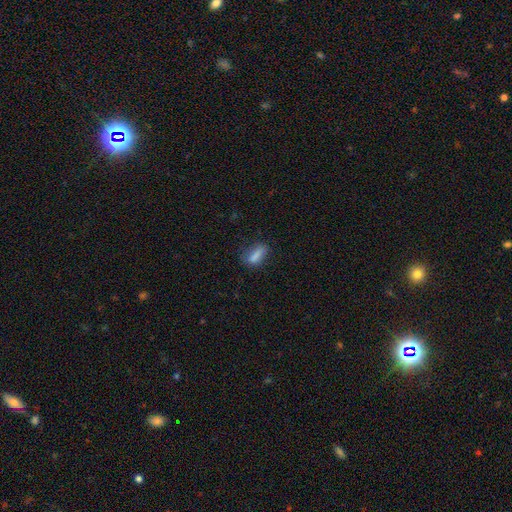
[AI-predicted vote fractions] This appears to be a smooth galaxy with no disk features (80%) that is in between round and cigar-shaped (61%). Merging: none (66%).